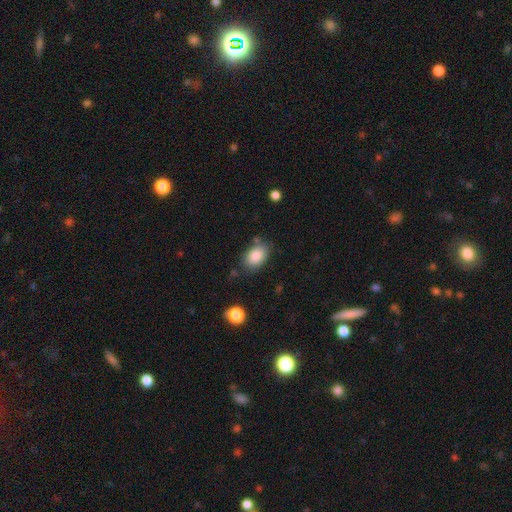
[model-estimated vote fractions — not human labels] A smooth galaxy with no disk features (86%) that is in between round and cigar-shaped (83%).

Vote fractions:
- Smooth or featured? smooth: 86% / star or artifact: 8% / featured or disk: 7%
- How rounded? in between: 83% / round: 16% / cigar-shaped: 1%
- Merging? none: 74% / minor disturbance: 16% / merger: 5% / major disturbance: 4%